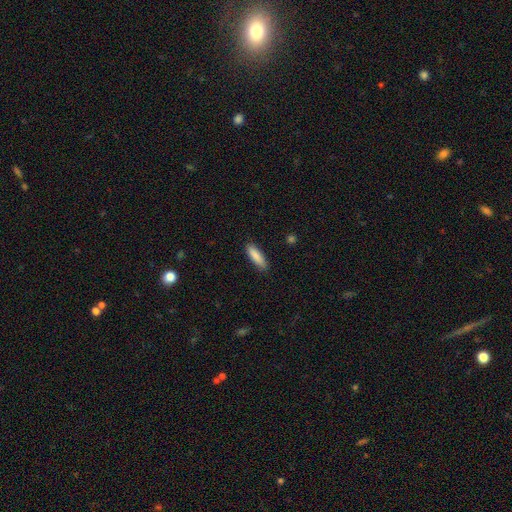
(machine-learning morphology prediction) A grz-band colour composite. It shows a smooth galaxy with no disk features (87%) that is cigar-shaped (62%). Merging: none (86%).